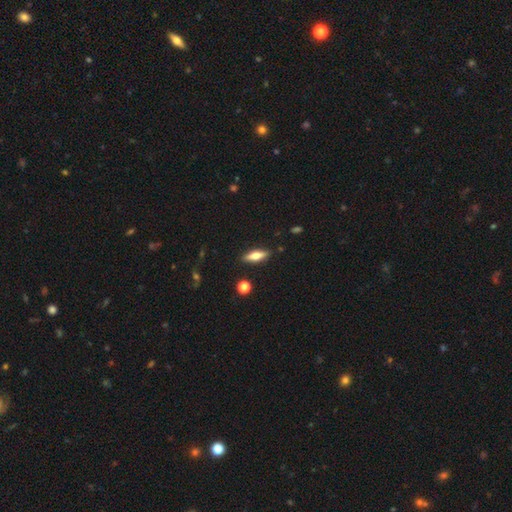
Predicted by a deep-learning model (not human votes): Smooth or featured?
  - smooth: 55% *
  - featured or disk: 38%
  - star or artifact: 7%
How rounded?
  - cigar-shaped: 52% *
  - in between: 45%
  - round: 3%
Merging?
  - none: 87% *
  - minor disturbance: 9%
  - major disturbance: 2%
  - merger: 2%